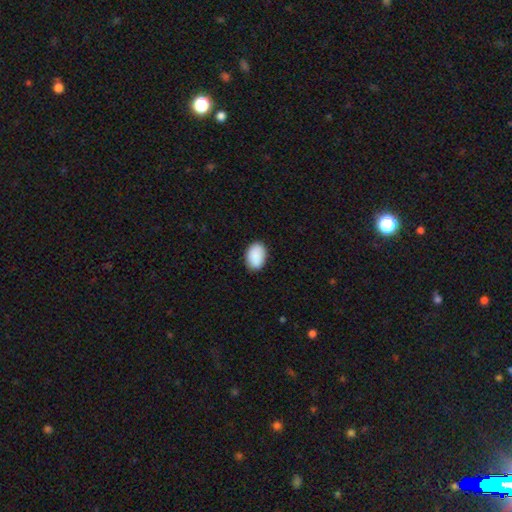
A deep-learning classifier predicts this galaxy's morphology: smooth 90%, star or artifact 7%, featured or disk 3%. Down the decision tree: how rounded — in between (86%); merging — none (87%).